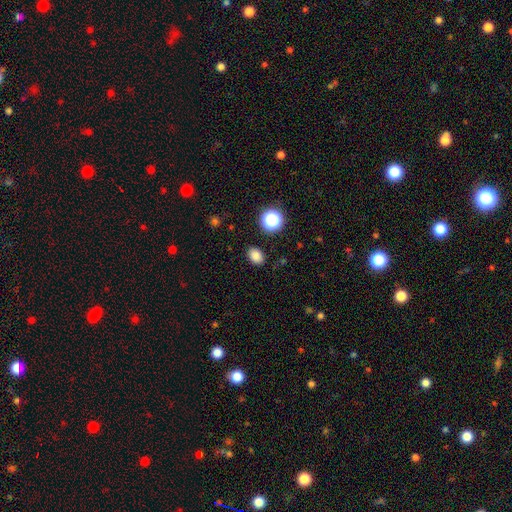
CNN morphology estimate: A smooth galaxy with no disk features (82%) that is in between round and cigar-shaped (67%).

Vote fractions:
- Smooth or featured? smooth: 82% / star or artifact: 13% / featured or disk: 5%
- How rounded? in between: 67% / round: 32% / cigar-shaped: 1%
- Merging? none: 87% / minor disturbance: 9% / major disturbance: 3% / merger: 2%